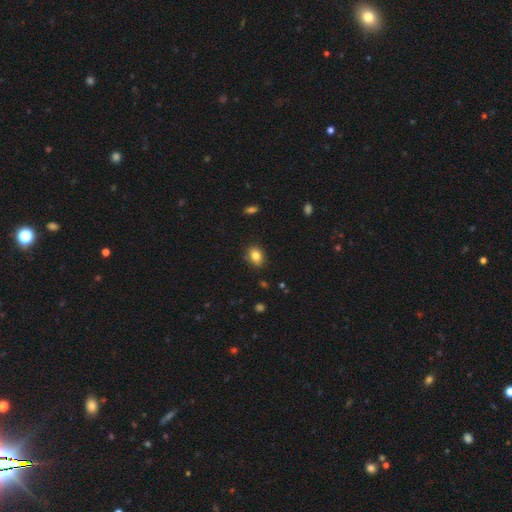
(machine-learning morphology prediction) smooth_or_featured: smooth (p=0.83) [alt: star or artifact p=0.10]
how_rounded: in between (p=0.63) [alt: round p=0.36]
merging: none (p=0.84) [alt: minor disturbance p=0.12]